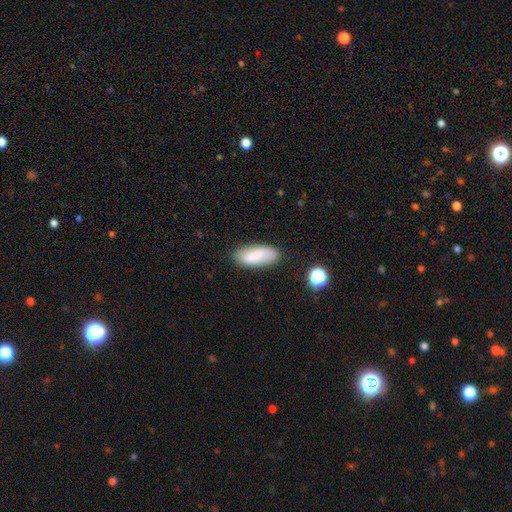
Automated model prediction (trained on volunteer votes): A smooth galaxy with no disk features (82%) that is in between round and cigar-shaped (82%). Merging: none (77%).